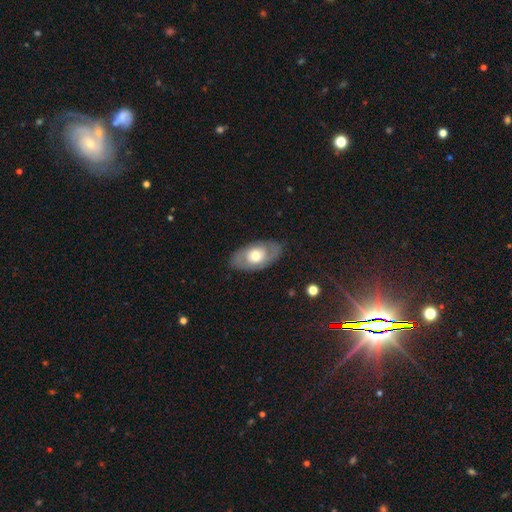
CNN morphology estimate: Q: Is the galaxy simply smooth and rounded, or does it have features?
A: featured or disk — 53%.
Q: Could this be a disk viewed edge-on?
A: no — 87%.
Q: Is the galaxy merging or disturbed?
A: none — 80%.